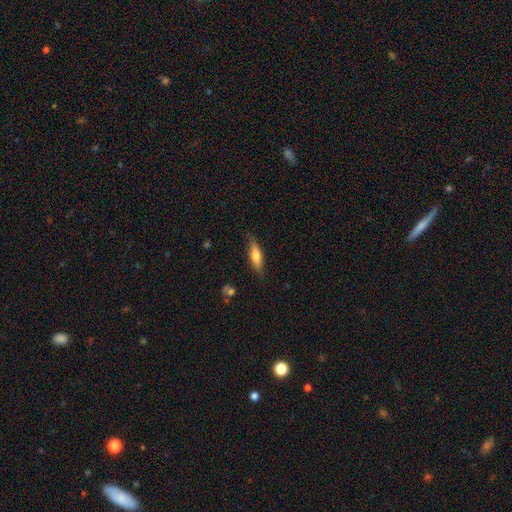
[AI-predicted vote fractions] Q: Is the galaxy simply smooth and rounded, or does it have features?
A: smooth — 60%.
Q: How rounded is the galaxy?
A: cigar-shaped — 59%.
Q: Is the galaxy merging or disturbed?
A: none — 77%.